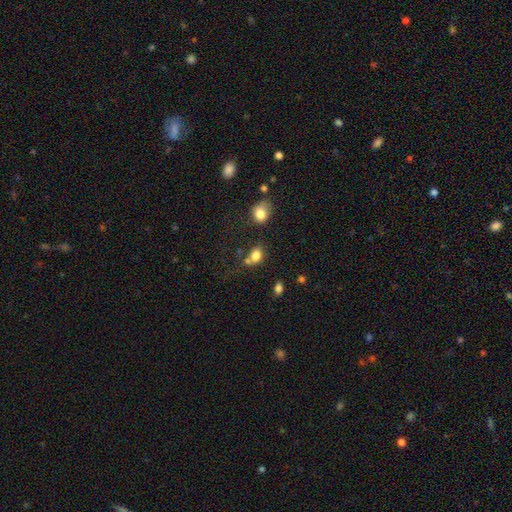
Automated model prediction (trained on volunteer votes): Smooth or featured: smooth — 79% (star or artifact — 12%)
How rounded: in between — 55% (round — 43%)
Merging: none — 45% (merger — 28%)